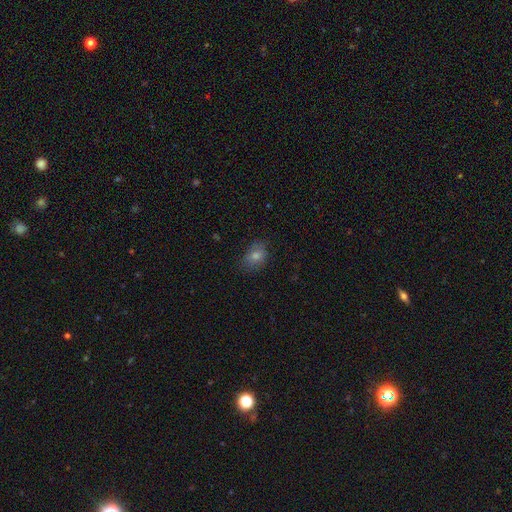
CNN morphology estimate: Smooth or featured: smooth — 69% (star or artifact — 17%)
How rounded: in between — 63% (round — 36%)
Merging: none — 79% (minor disturbance — 16%)